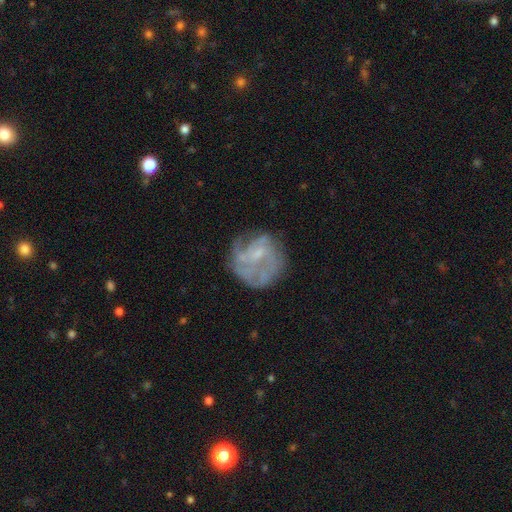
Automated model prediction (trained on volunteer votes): Smooth or featured? featured or disk (69%)
Edge-on disk? no (98%)
Bar? no (56%)
Spiral arms? yes (70%)
Bulge size? small (46%)
Merging? none (60%)